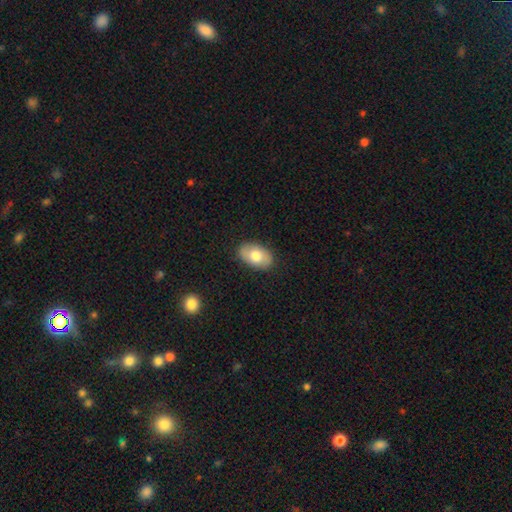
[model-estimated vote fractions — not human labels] A smooth galaxy with no disk features (70%) that is in between round and cigar-shaped (91%). Merging: none (86%).